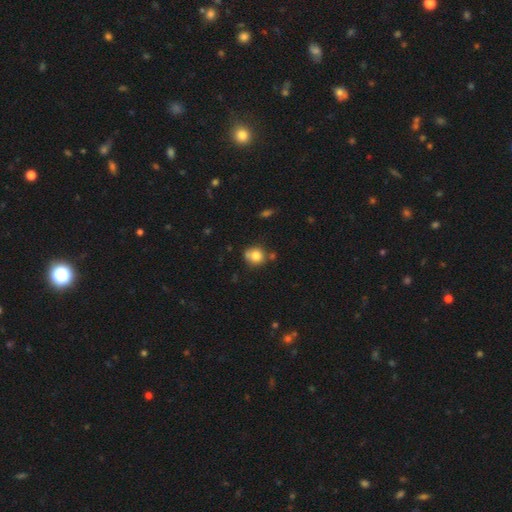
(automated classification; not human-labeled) Q: Smooth or featured?
A: smooth (78%); runner-up: star or artifact (11%)
Q: How rounded?
A: round (83%); runner-up: in between (16%)
Q: Merging?
A: none (64%); runner-up: minor disturbance (17%)